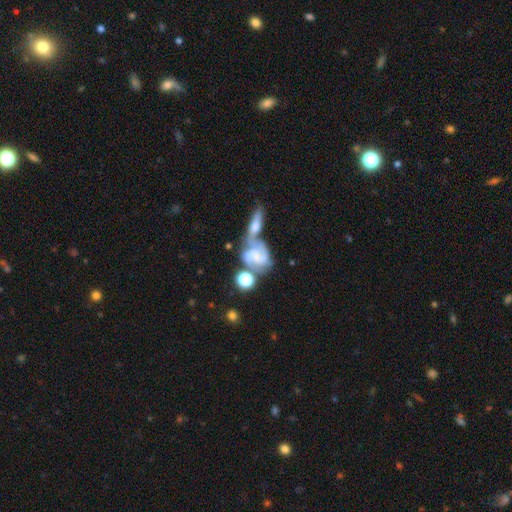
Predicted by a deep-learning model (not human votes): A featured or disk galaxy (70%) with no bar (61%), 2 (58%) medium (44%) spiral arms (89%) and no central bulge (40%). Merging: merger (50%).